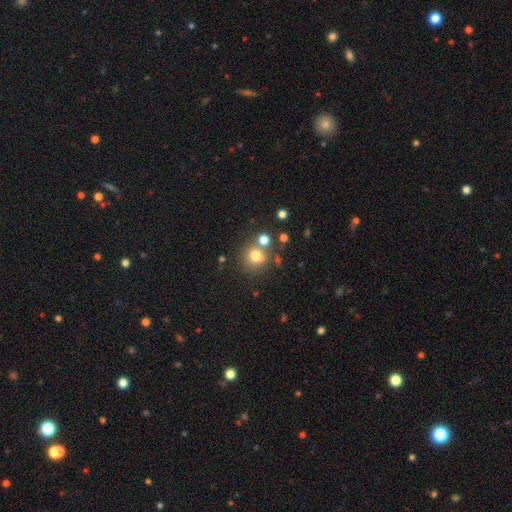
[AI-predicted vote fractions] Overall: smooth (73%). How rounded: round (83%). Merging: none (63%).